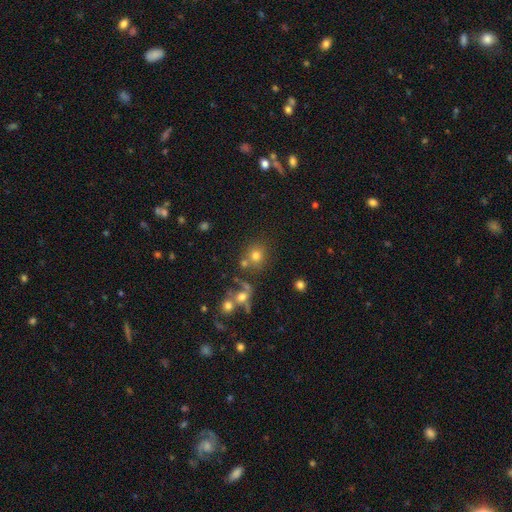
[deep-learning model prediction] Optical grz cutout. It shows a smooth galaxy with no disk features (72%) that is round (83%). Merging: none (64%).